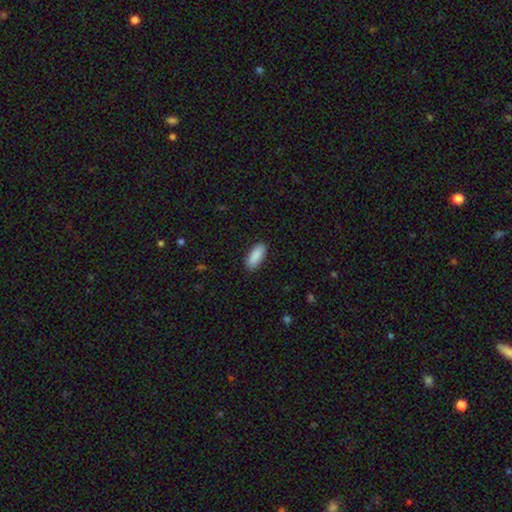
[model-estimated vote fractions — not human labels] smooth 90%, star or artifact 6%, featured or disk 4%. Down the decision tree: how rounded — in between (78%); merging — none (89%).